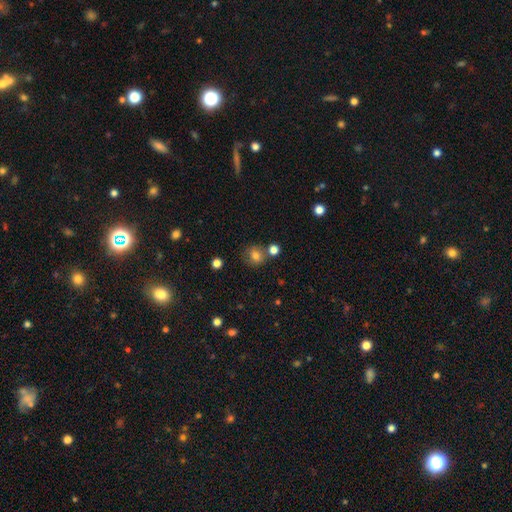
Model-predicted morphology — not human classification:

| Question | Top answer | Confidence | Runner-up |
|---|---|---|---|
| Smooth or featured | smooth | 78% | star or artifact (13%) |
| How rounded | round | 82% | in between (17%) |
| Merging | none | 72% | merger (13%) |